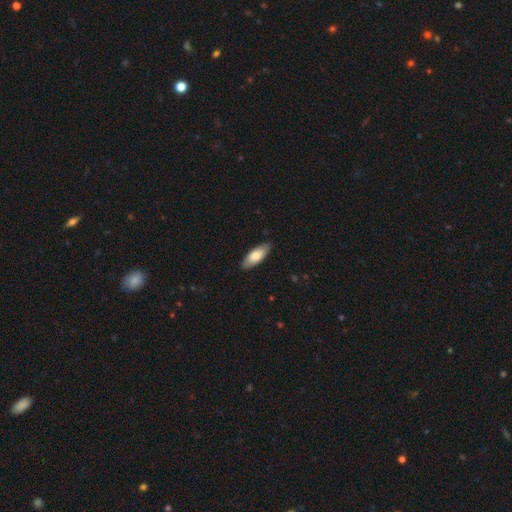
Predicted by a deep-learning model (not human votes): A smooth galaxy with no disk features (76%) that is in between round and cigar-shaped (81%). Merging: none (86%).